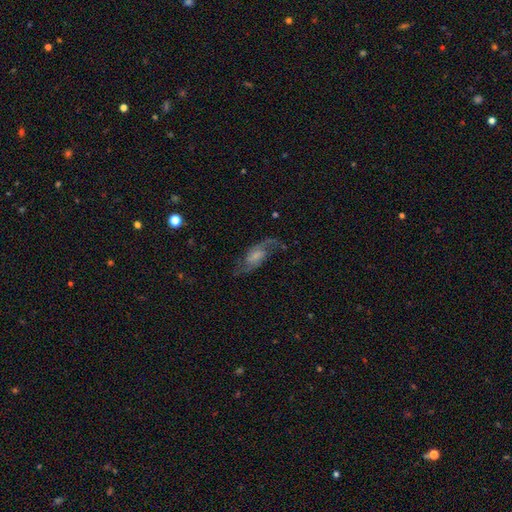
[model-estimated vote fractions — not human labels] A featured or disk galaxy (81%) with a weak bar (49%), 2 (90%) loose (49%) spiral arms (95%) and a small central bulge (37%). Merging: none (70%).